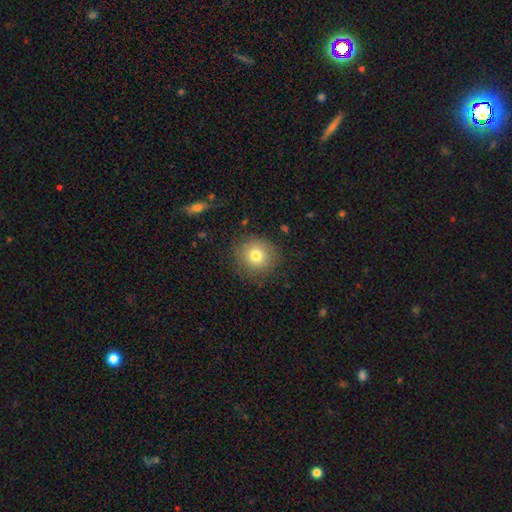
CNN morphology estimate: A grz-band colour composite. It shows a smooth galaxy with no disk features (77%) that is round (90%). Merging: none (84%).